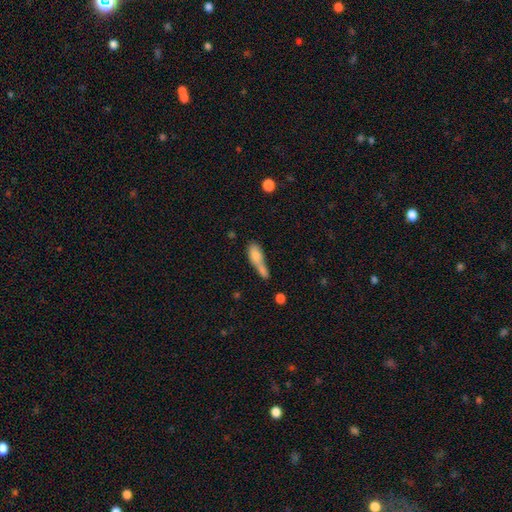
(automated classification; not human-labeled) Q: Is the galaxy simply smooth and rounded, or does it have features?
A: smooth — 76%.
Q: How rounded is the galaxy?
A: in between — 61%.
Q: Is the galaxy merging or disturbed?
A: merger — 52%.